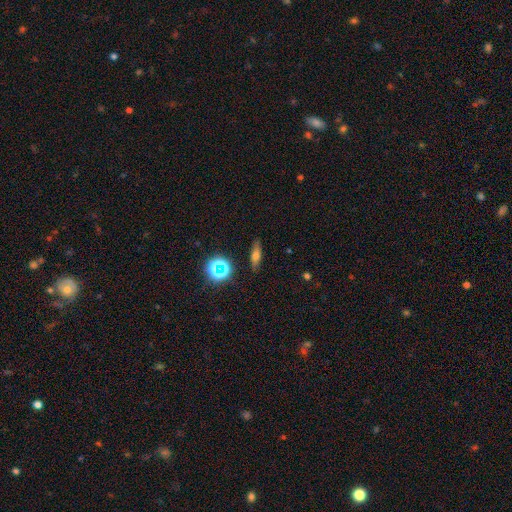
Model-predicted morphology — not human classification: smooth_or_featured: smooth (p=0.56) [alt: featured or disk p=0.27]
how_rounded: cigar-shaped (p=0.51) [alt: in between p=0.39]
merging: none (p=0.85) [alt: minor disturbance p=0.10]